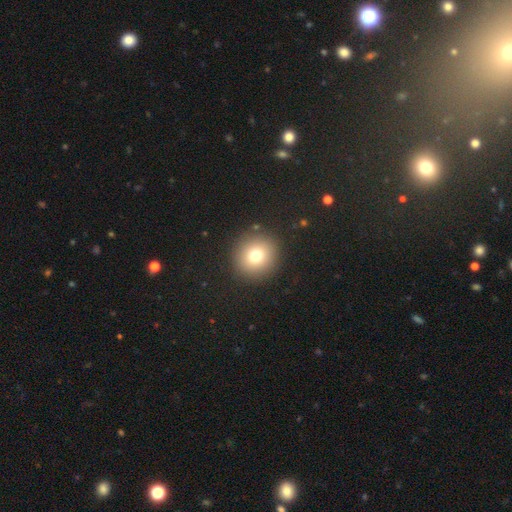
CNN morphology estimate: Q: Smooth or featured?
A: smooth (75%); runner-up: star or artifact (13%)
Q: How rounded?
A: round (90%); runner-up: in between (9%)
Q: Merging?
A: none (90%); runner-up: minor disturbance (6%)